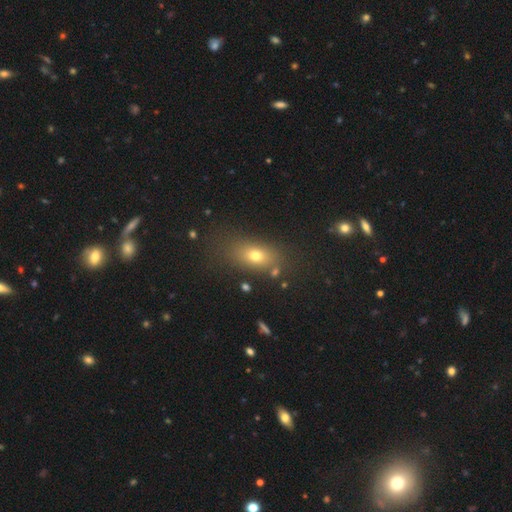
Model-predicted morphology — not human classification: A smooth galaxy with no disk features (71%) that is in between round and cigar-shaped (75%).

Vote fractions:
- Smooth or featured? smooth: 71% / star or artifact: 15% / featured or disk: 14%
- How rounded? in between: 75% / round: 19% / cigar-shaped: 6%
- Merging? none: 76% / minor disturbance: 14% / major disturbance: 7% / merger: 4%